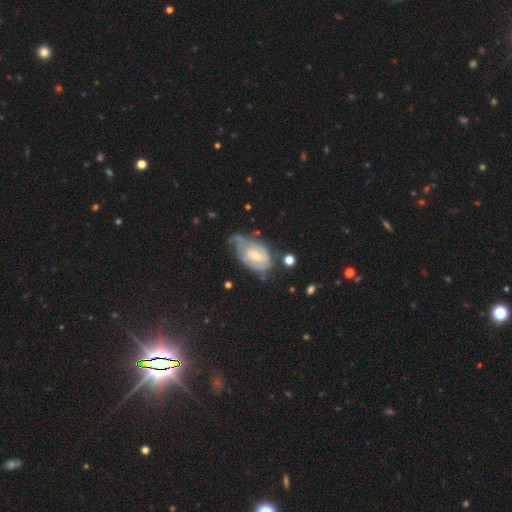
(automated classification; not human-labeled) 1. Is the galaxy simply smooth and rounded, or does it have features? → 77% featured or disk, 17% smooth, 6% star or artifact.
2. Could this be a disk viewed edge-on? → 96% no, 4% yes.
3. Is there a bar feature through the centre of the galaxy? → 51% weak, 39% no, 11% strong.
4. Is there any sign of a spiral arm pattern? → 90% yes, 10% no.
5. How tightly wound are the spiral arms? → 51% tight, 35% medium, 13% loose.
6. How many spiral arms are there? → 44% 2, 33% can't tell, 9% 3, 9% 1, 3% 4, 2% more than 4.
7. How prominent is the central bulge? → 50% small, 44% moderate, 3% large, 3% none, 1% dominant.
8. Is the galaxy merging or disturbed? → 38% none, 32% minor disturbance, 25% major disturbance, 5% merger.